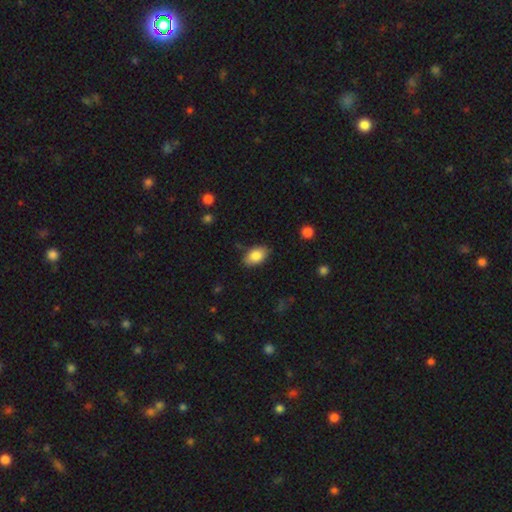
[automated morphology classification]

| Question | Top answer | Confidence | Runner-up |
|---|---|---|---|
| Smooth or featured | smooth | 84% | featured or disk (9%) |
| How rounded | in between | 91% | round (7%) |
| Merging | none | 84% | minor disturbance (13%) |